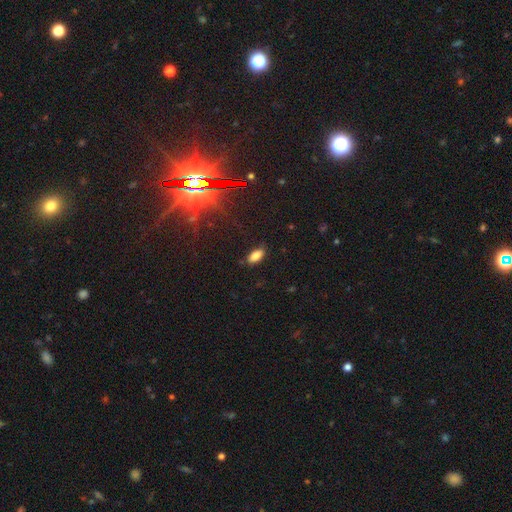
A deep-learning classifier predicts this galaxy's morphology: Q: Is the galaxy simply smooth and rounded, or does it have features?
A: smooth — 80%.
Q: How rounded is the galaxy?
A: in between — 89%.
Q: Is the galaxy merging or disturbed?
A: none — 85%.